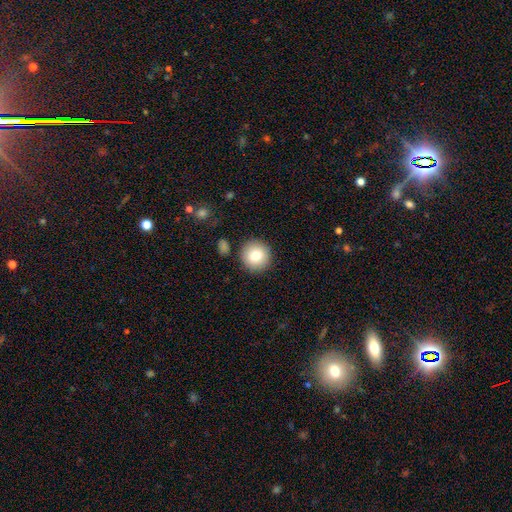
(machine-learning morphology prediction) This is clearly a smooth galaxy (81%). How rounded: clearly round (95%). Merging: clearly none (87%).